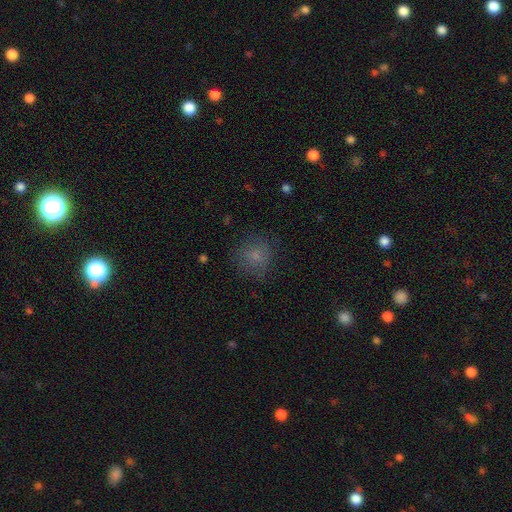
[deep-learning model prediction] Morphology: type=smooth (73%); roundness=round (81%); merging=none (72%).